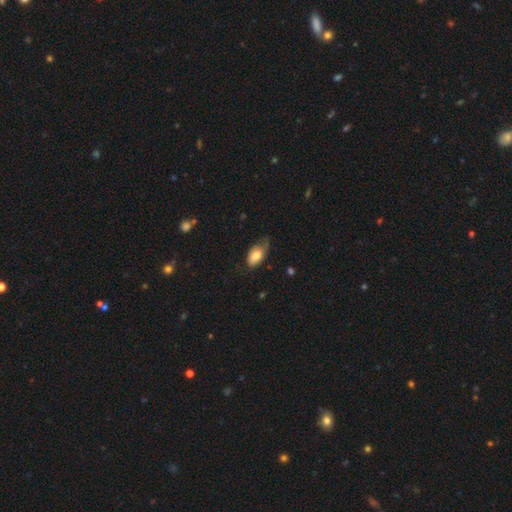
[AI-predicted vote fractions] Overall: smooth (77%). How rounded: in between (92%). Merging: none (47%; minor disturbance 37%).